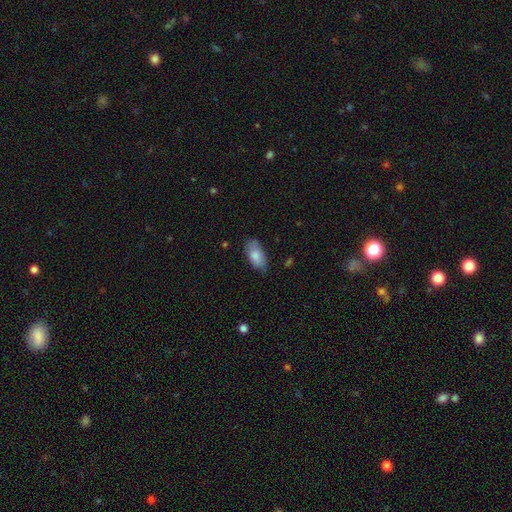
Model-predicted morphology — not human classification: A smooth galaxy with no disk features (82%) that is in between round and cigar-shaped (93%). Merging: none (76%).